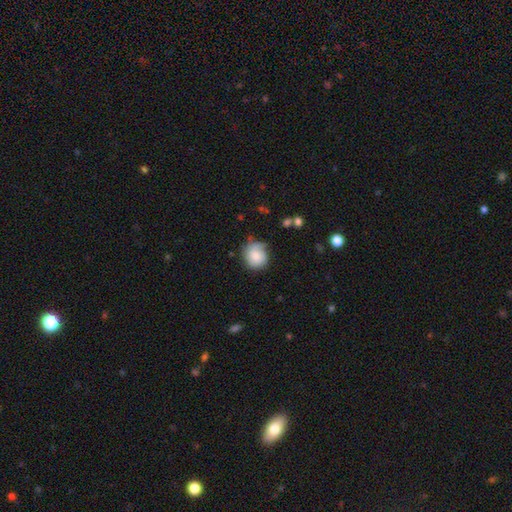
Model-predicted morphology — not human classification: This appears to be a smooth galaxy with no disk features (73%) that is round (81%). Merging: none (63%).